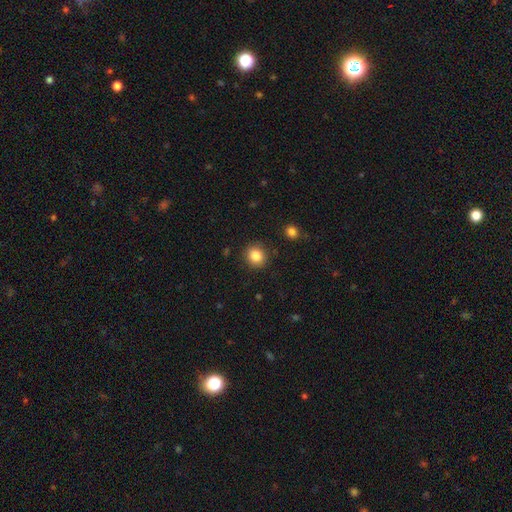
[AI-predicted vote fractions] Smooth or featured? Predicted: smooth (p=0.85). How rounded? Predicted: round (p=0.86). Merging? Predicted: none (p=0.88).